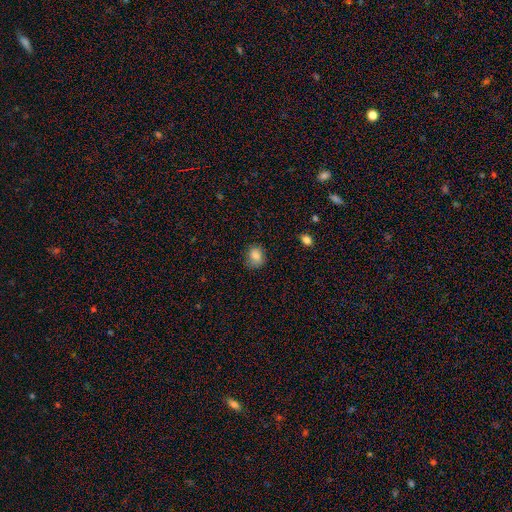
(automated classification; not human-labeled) This is clearly a smooth galaxy (84%). How rounded: possibly round (59%). Merging: likely none (78%).